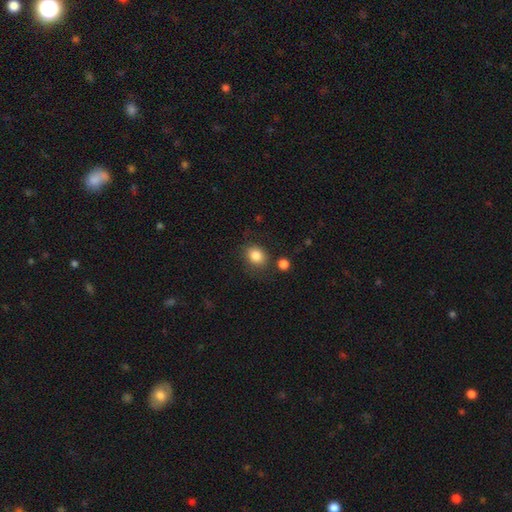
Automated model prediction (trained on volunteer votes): smooth_or_featured: smooth (p=0.84) [alt: star or artifact p=0.09]
how_rounded: in between (p=0.54) [alt: round p=0.45]
merging: none (p=0.75) [alt: minor disturbance p=0.14]